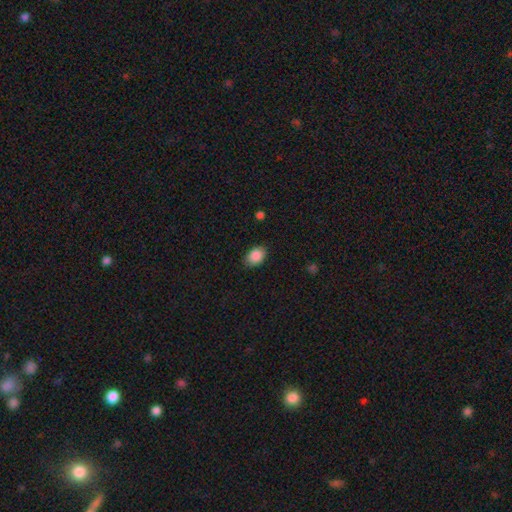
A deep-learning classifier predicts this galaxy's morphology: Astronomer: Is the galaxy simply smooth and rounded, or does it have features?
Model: smooth — 88%.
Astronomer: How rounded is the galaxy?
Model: in between — 82%.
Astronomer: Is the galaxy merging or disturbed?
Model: none — 84%.